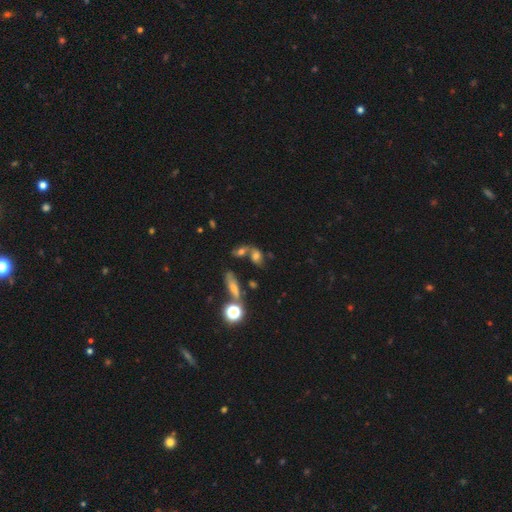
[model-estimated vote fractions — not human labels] Morphology: type=smooth (57%); roundness=in between (67%); merging=merger (43%).